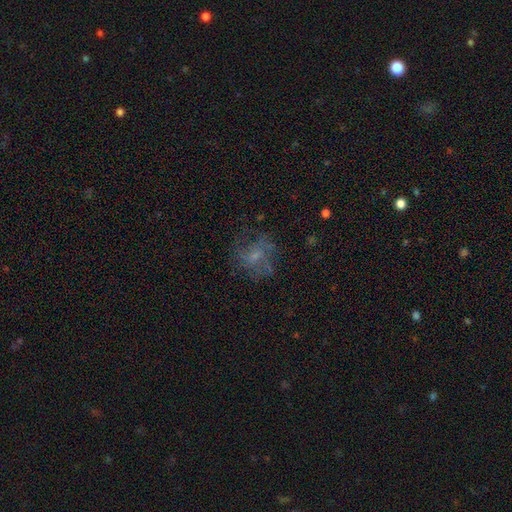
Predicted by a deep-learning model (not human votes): The model was most divided on "smooth or featured": featured or disk: 51%, smooth: 33%, star or artifact: 16%. More confident: edge-on disk — no (97%); merging — none (58%).